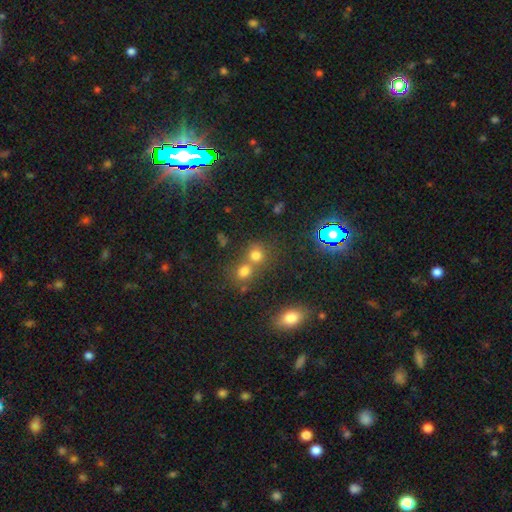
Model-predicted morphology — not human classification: Q: Smooth or featured?
A: smooth (68%); runner-up: star or artifact (23%)
Q: How rounded?
A: round (81%); runner-up: in between (18%)
Q: Merging?
A: none (47%); runner-up: merger (43%)